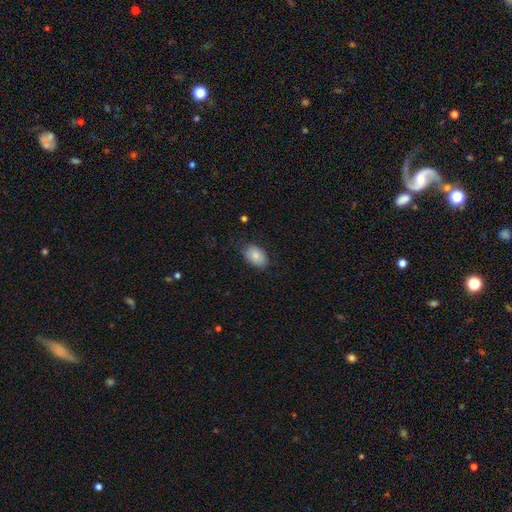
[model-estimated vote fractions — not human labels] Smooth or featured? Predicted: smooth (p=0.84). How rounded? Predicted: in between (p=0.87). Merging? Predicted: none (p=0.77).